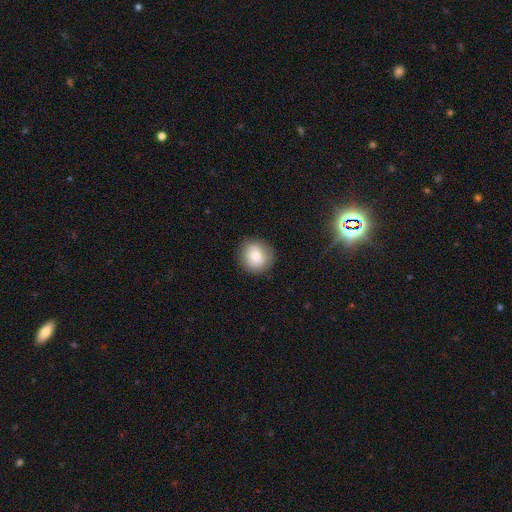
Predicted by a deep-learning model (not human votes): Q: Smooth or featured?
A: smooth (73%); runner-up: featured or disk (17%)
Q: How rounded?
A: round (90%); runner-up: in between (9%)
Q: Merging?
A: none (87%); runner-up: minor disturbance (9%)